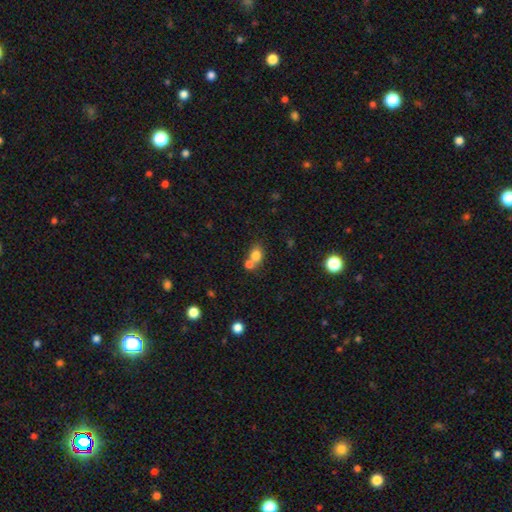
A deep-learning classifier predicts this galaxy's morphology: The model was most divided on "how rounded": in between: 53%, round: 45%, cigar-shaped: 1%. More confident: smooth or featured — smooth (78%); merging — merger (52%).